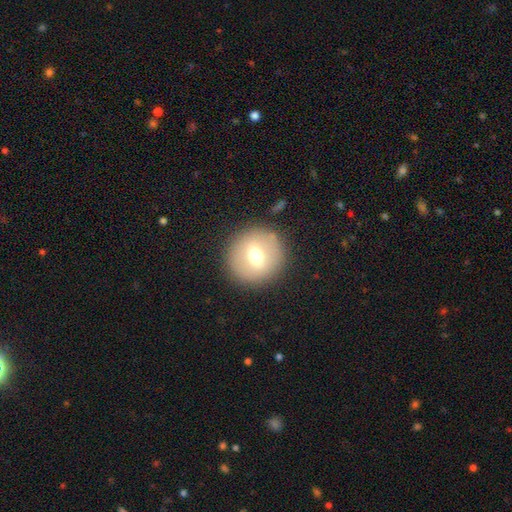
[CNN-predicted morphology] This appears to be a smooth galaxy with no disk features (55%) that is round (90%). Merging: none (88%).